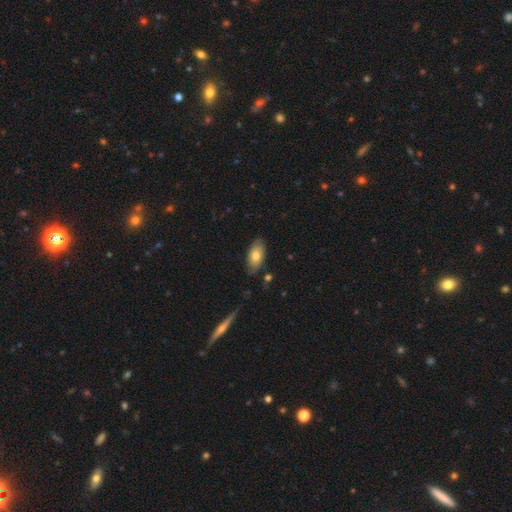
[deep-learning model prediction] Smooth or featured? smooth (72%)
How rounded? in between (93%)
Merging? none (76%)